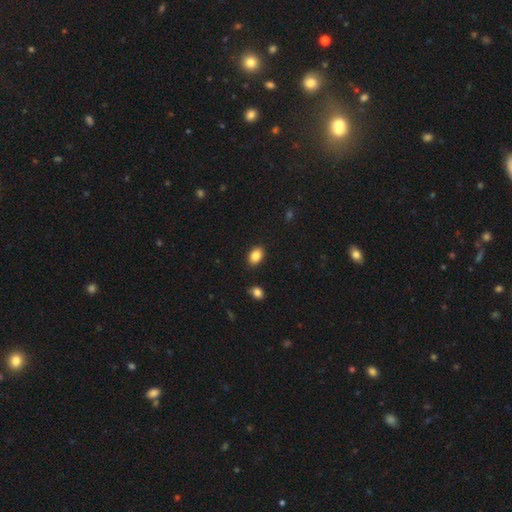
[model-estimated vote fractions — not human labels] smooth 85%, star or artifact 9%, featured or disk 6%. Down the decision tree: how rounded — in between (84%); merging — none (88%).